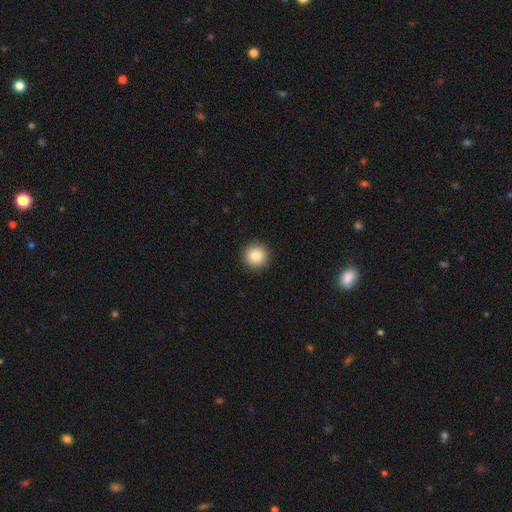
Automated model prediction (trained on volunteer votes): Morphology: type=smooth (84%); roundness=round (95%); merging=none (93%).